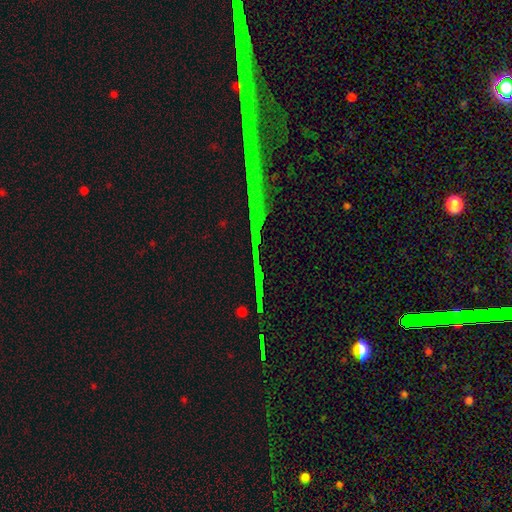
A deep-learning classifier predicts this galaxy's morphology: This appears to be a star or artifact, not a galaxy (78%).